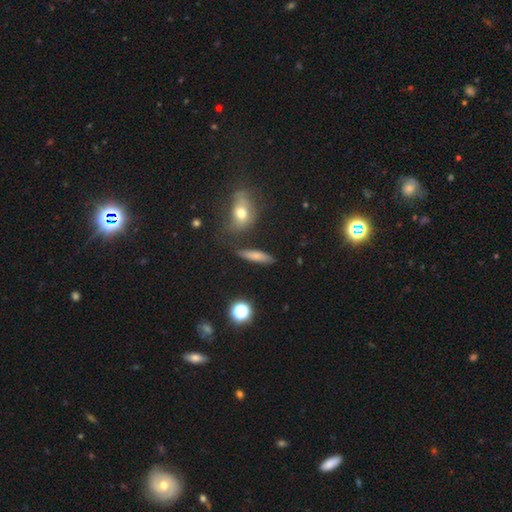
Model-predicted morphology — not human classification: Q: Smooth or featured?
A: smooth (70%); runner-up: featured or disk (19%)
Q: How rounded?
A: cigar-shaped (67%); runner-up: in between (26%)
Q: Merging?
A: none (80%); runner-up: minor disturbance (12%)